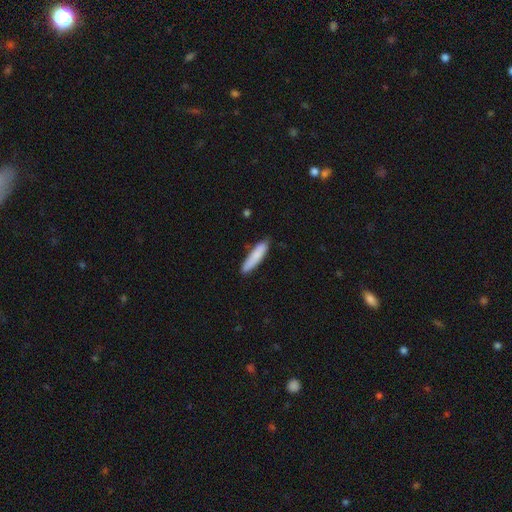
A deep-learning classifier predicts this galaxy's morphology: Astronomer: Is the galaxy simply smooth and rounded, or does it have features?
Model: smooth — 83%.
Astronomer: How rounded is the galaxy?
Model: cigar-shaped — 80%.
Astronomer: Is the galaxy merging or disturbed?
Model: none — 80%.